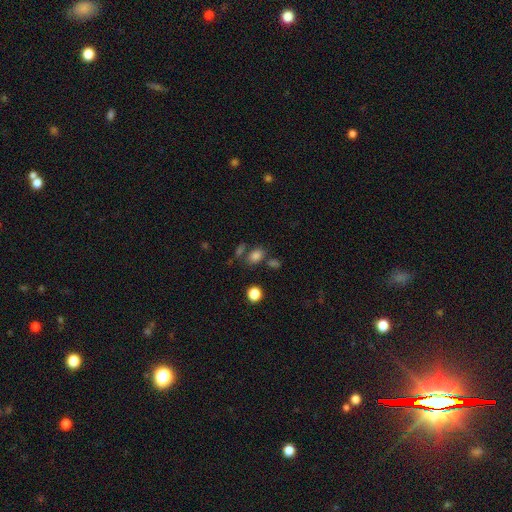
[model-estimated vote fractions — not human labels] Morphology: type=smooth (79%); roundness=in between (68%); merging=none (67%).